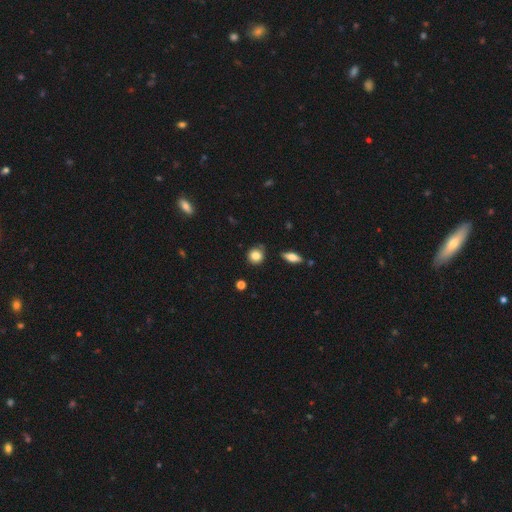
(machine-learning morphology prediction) This appears to be a smooth galaxy with no disk features (83%) that is round (86%). Merging: none (79%).